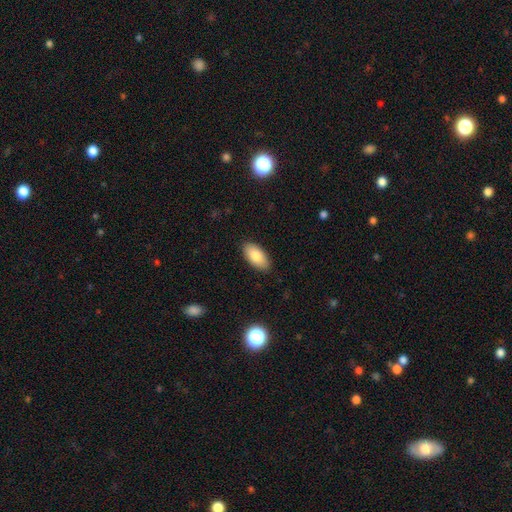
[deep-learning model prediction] The model was most divided on "smooth or featured": smooth: 84%, featured or disk: 10%, star or artifact: 6%. More confident: how rounded — in between (94%); merging — none (89%).